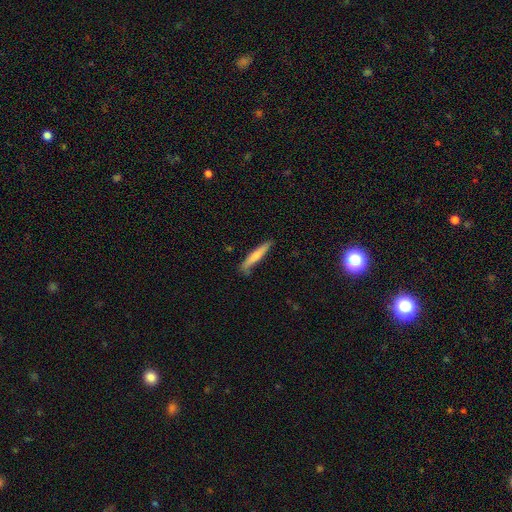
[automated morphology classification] This is likely a smooth galaxy (70%). How rounded: clearly cigar-shaped (92%). Merging: likely none (77%).